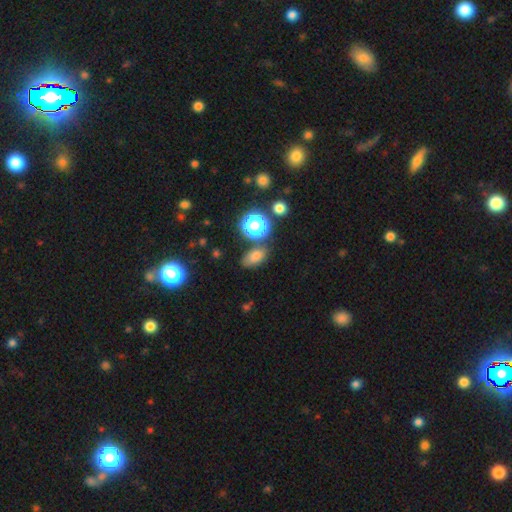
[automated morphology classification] smooth-or-featured: smooth: 72% | star or artifact: 20% | featured or disk: 8%
  how-rounded: in between: 79% | round: 18% | cigar-shaped: 3%
  merging: none: 71% | minor disturbance: 16% | merger: 8% | major disturbance: 5%